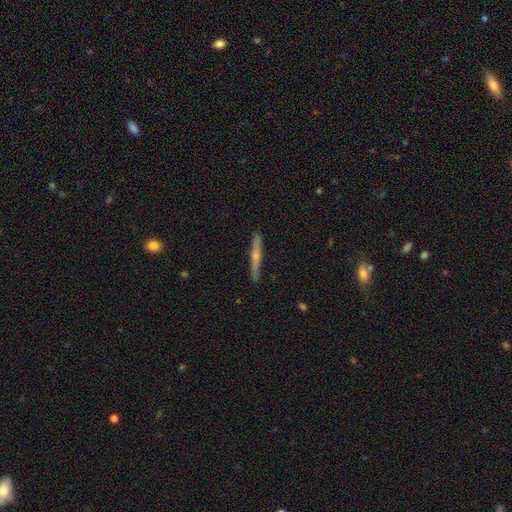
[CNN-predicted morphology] Overall: featured or disk (66%; smooth 28%). Edge-on disk: yes (97%). Edge-on bulge: rounded (79%). Merging: none (90%).